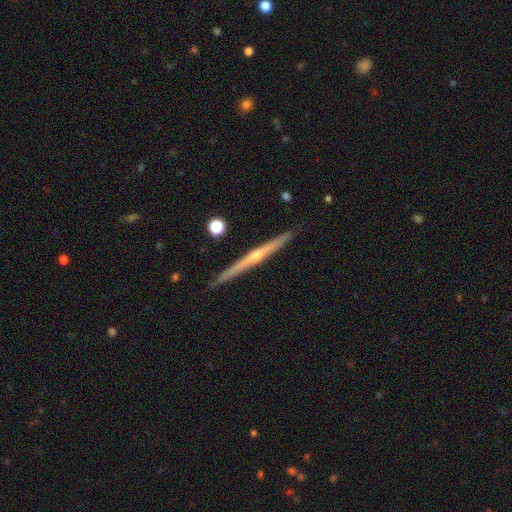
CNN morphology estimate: Smooth or featured?
  - featured or disk: 81% *
  - smooth: 14%
  - star or artifact: 5%
Edge-on disk?
  - yes: 98% *
  - no: 2%
Edge-on bulge?
  - rounded: 80% *
  - none: 16%
  - boxy: 4%
Merging?
  - none: 91% *
  - minor disturbance: 6%
  - merger: 1%
  - major disturbance: 1%